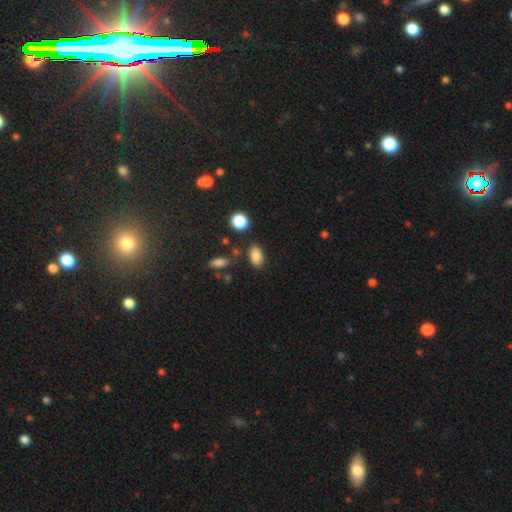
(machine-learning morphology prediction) The model was most divided on "merging": none: 80%, minor disturbance: 12%, merger: 5%, major disturbance: 3%. More confident: how rounded — in between (88%); smooth or featured — smooth (84%).